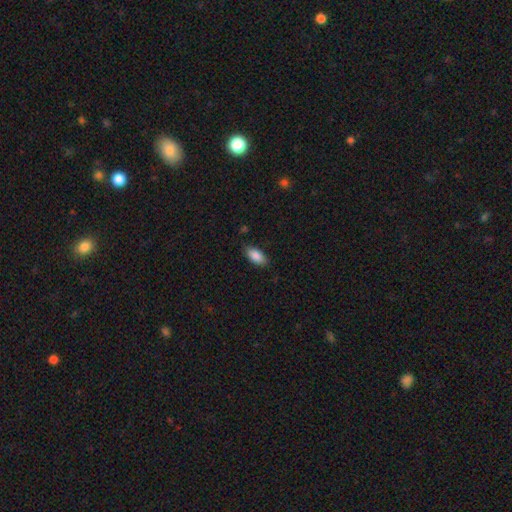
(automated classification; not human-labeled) Overall: smooth (88%). How rounded: in between (90%). Merging: none (84%).